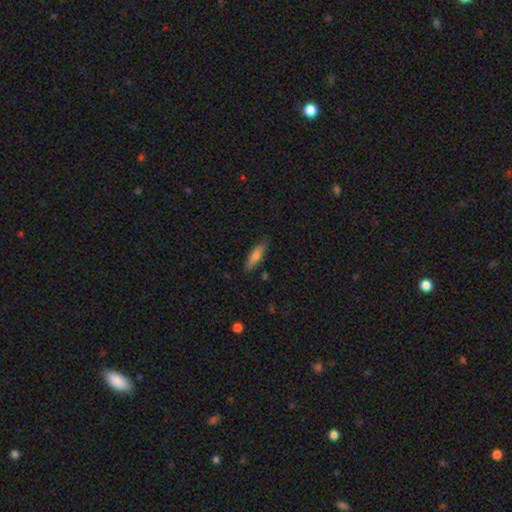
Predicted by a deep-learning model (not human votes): smooth-or-featured: smooth: 70% | featured or disk: 23% | star or artifact: 7%
  how-rounded: cigar-shaped: 61% | in between: 37% | round: 2%
  merging: none: 84% | minor disturbance: 12% | major disturbance: 2% | merger: 2%